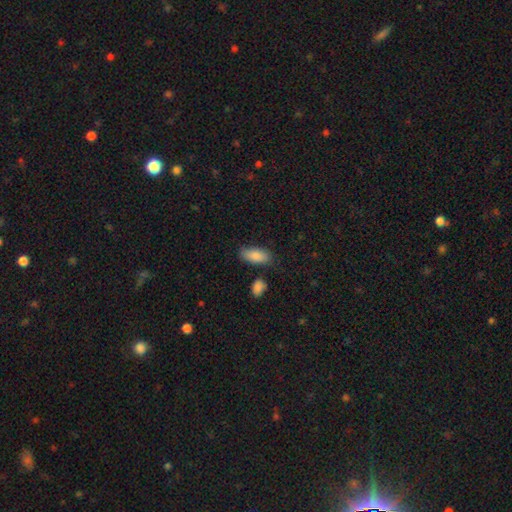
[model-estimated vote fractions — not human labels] Smooth or featured: smooth — 87% (featured or disk — 7%)
How rounded: in between — 89% (cigar-shaped — 9%)
Merging: none — 76% (minor disturbance — 15%)